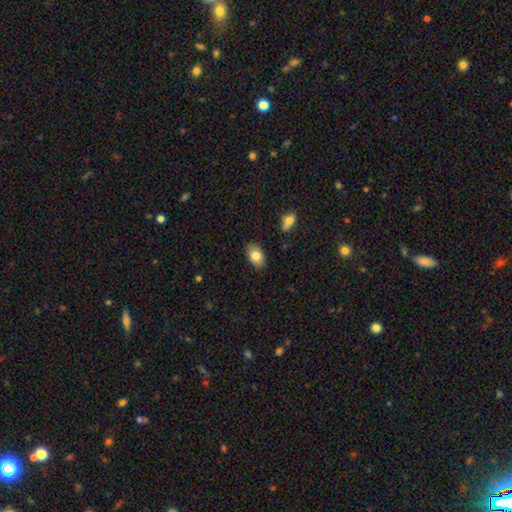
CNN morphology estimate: Smooth or featured? Predicted: smooth (p=0.82). How rounded? Predicted: in between (p=0.89). Merging? Predicted: none (p=0.83).